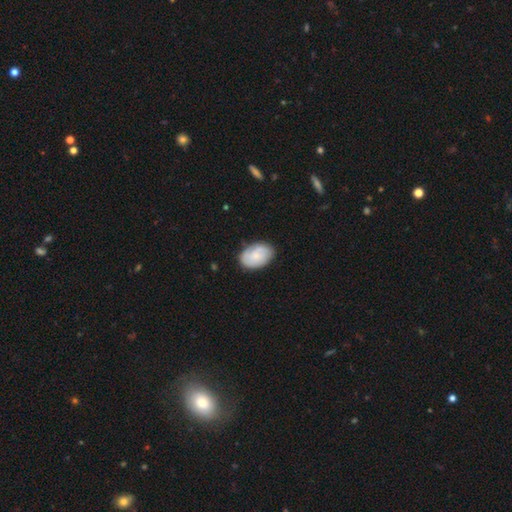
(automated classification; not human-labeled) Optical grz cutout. It shows a smooth galaxy with no disk features (63%) that is in between round and cigar-shaped (87%). Merging: none (77%).